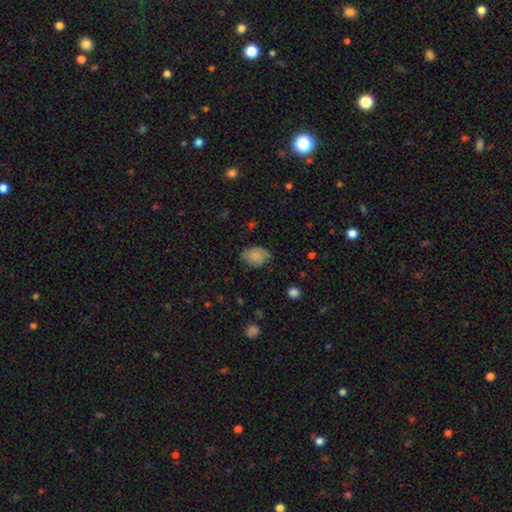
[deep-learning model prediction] Smooth or featured?
  - smooth: 79% *
  - featured or disk: 12%
  - star or artifact: 9%
How rounded?
  - in between: 73% *
  - round: 26%
  - cigar-shaped: 1%
Merging?
  - none: 68% *
  - minor disturbance: 25%
  - major disturbance: 6%
  - merger: 1%